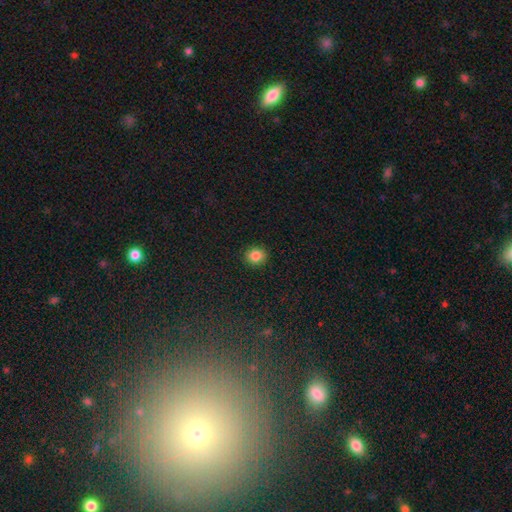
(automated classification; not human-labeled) Overall: smooth (85%). How rounded: round (79%). Merging: none (91%).